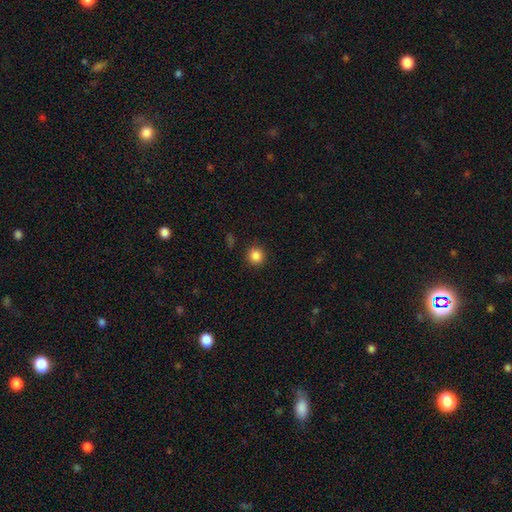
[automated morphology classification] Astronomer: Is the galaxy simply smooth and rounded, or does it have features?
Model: smooth — 86%.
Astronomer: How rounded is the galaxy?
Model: round — 92%.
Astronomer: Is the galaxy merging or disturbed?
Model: none — 90%.